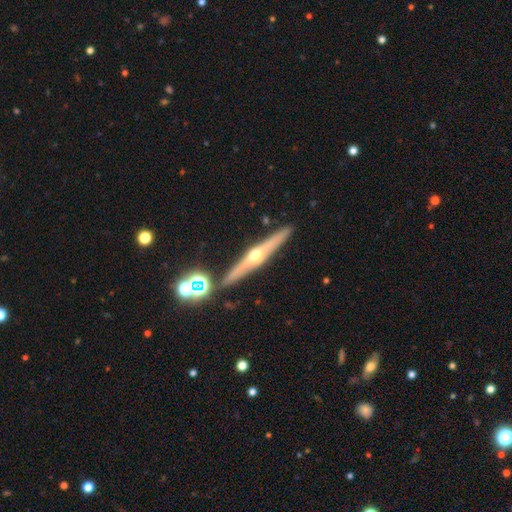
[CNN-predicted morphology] A featured or disk galaxy (72%) viewed edge-on (96%) with a rounded central bulge (93%).

Vote fractions:
- Smooth or featured? featured or disk: 72% / smooth: 20% / star or artifact: 8%
- Edge-on disk? yes: 96% / no: 4%
- Edge-on bulge? rounded: 93% / none: 5% / boxy: 3%
- Merging? none: 88% / minor disturbance: 7% / merger: 3% / major disturbance: 2%